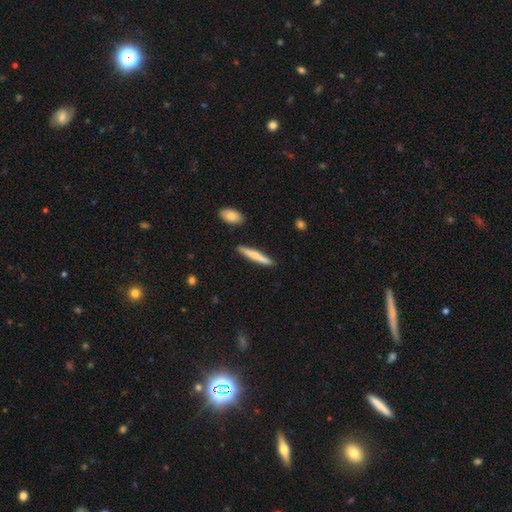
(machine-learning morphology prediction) The model was most divided on "smooth or featured": smooth: 63%, featured or disk: 32%, star or artifact: 6%. More confident: how rounded — cigar-shaped (92%); merging — none (88%).